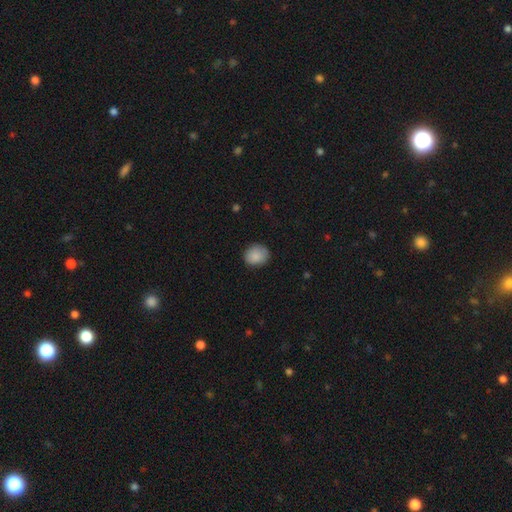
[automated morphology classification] type=smooth (88%); roundness=round (67%); merging=none (83%).